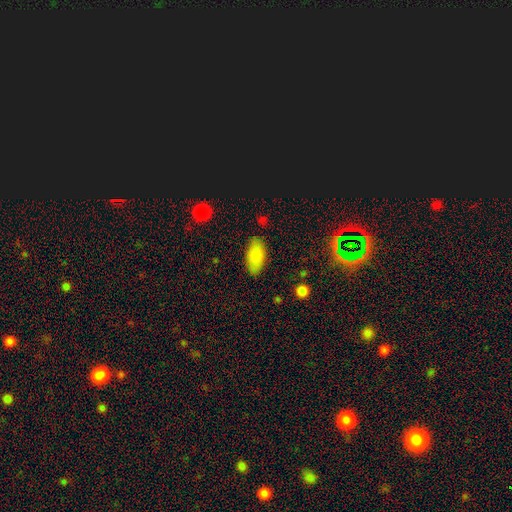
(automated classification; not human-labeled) Smooth or featured: smooth — 84% (featured or disk — 9%)
How rounded: in between — 93% (cigar-shaped — 5%)
Merging: none — 83% (minor disturbance — 13%)